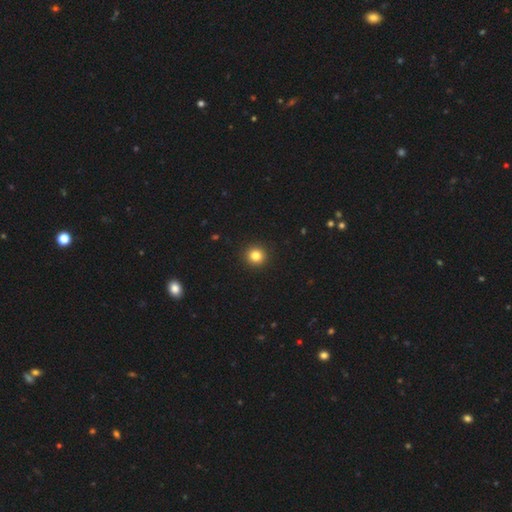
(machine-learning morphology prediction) This appears to be a smooth galaxy with no disk features (82%) that is round (93%). Merging: none (93%).